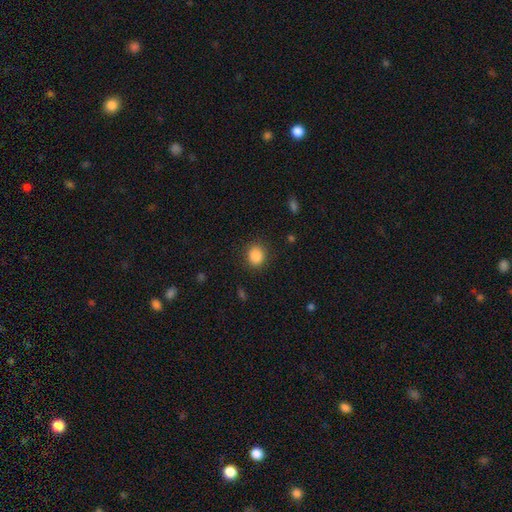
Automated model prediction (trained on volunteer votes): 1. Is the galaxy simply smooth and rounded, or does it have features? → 87% smooth, 9% star or artifact, 3% featured or disk.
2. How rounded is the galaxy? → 78% round, 21% in between, 1% cigar-shaped.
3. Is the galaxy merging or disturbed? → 87% none, 9% minor disturbance, 3% major disturbance, 1% merger.